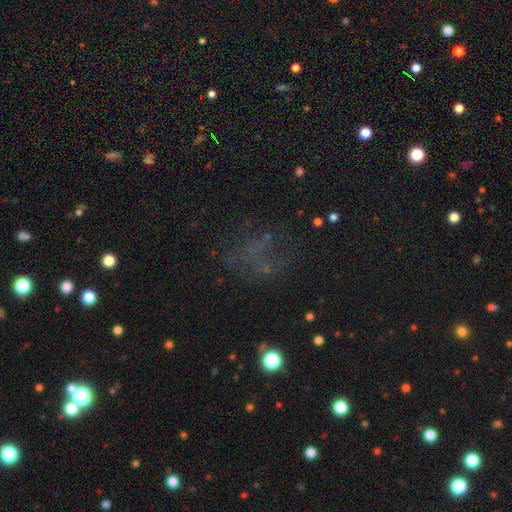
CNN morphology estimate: The model was most divided on "smooth or featured": star or artifact: 42%, smooth: 32%, featured or disk: 27%.